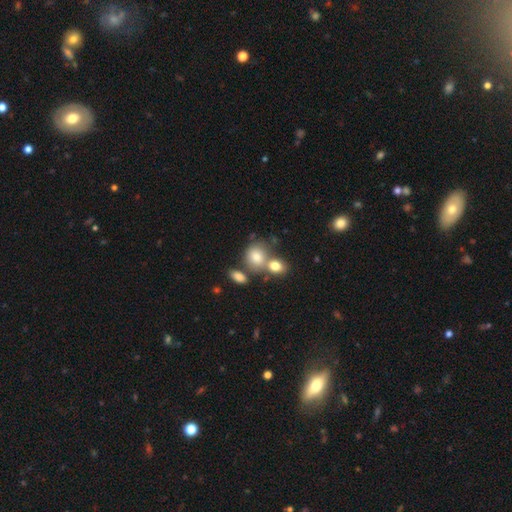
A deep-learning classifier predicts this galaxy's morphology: Smooth or featured?
  - smooth: 76% *
  - featured or disk: 13%
  - star or artifact: 11%
How rounded?
  - round: 56% *
  - in between: 43%
  - cigar-shaped: 1%
Merging?
  - none: 43% *
  - merger: 41%
  - minor disturbance: 11%
  - major disturbance: 5%